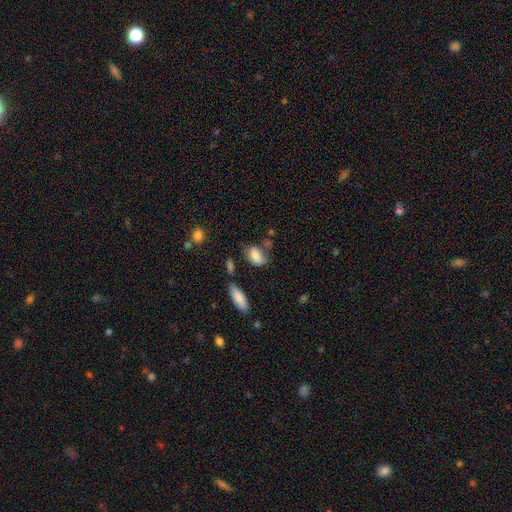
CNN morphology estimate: smooth-or-featured: smooth: 80% | featured or disk: 12% | star or artifact: 8%
  how-rounded: in between: 89% | round: 7% | cigar-shaped: 5%
  merging: none: 50% | minor disturbance: 27% | merger: 11% | major disturbance: 11%